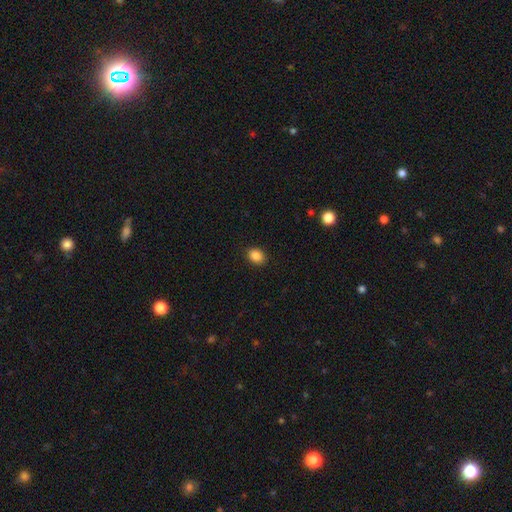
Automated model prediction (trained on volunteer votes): smooth 87%, star or artifact 9%, featured or disk 3%. Down the decision tree: how rounded — in between (60%); merging — none (90%).